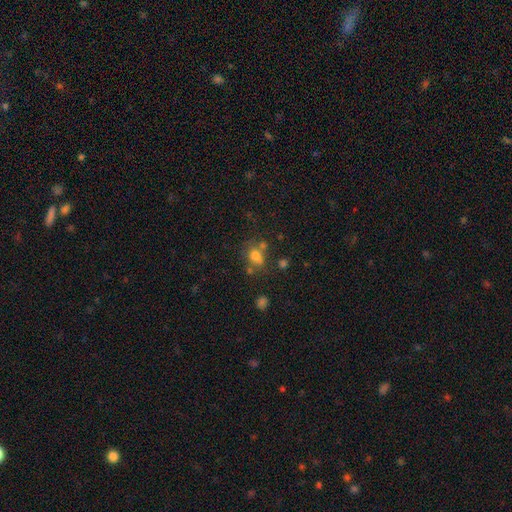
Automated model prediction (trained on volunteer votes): smooth-or-featured: smooth: 73% | star or artifact: 15% | featured or disk: 12%
  how-rounded: in between: 57% | round: 41% | cigar-shaped: 2%
  merging: none: 53% | merger: 22% | minor disturbance: 17% | major disturbance: 8%